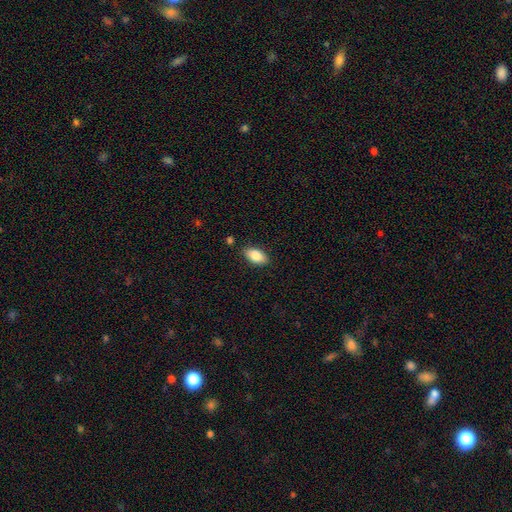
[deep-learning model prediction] Smooth or featured? Predicted: smooth (p=0.84). How rounded? Predicted: in between (p=0.92). Merging? Predicted: none (p=0.86).